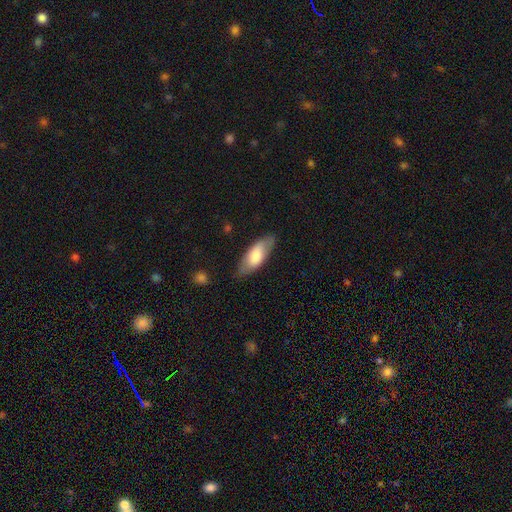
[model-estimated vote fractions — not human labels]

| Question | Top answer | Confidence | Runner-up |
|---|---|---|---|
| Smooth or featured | smooth | 70% | featured or disk (24%) |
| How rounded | in between | 77% | cigar-shaped (21%) |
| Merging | none | 78% | minor disturbance (17%) |